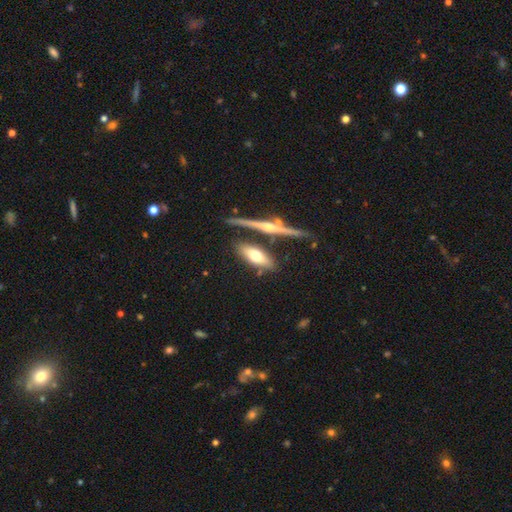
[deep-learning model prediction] The model was most divided on "smooth or featured": smooth: 60%, featured or disk: 33%, star or artifact: 7%. More confident: merging — none (69%); how rounded — in between (65%).